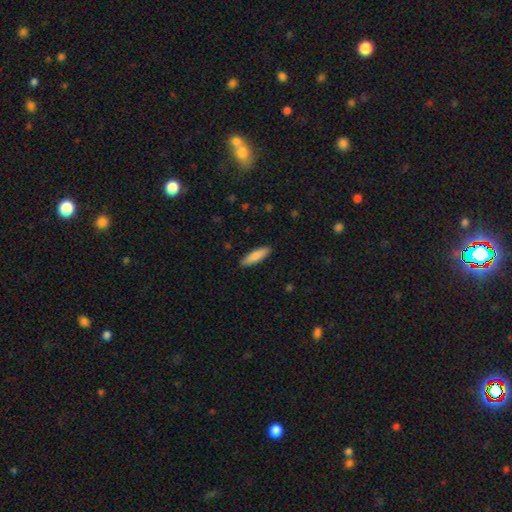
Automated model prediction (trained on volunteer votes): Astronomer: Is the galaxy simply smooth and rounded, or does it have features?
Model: smooth — 86%.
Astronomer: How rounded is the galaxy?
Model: cigar-shaped — 64%.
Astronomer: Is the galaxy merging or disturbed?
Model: none — 90%.